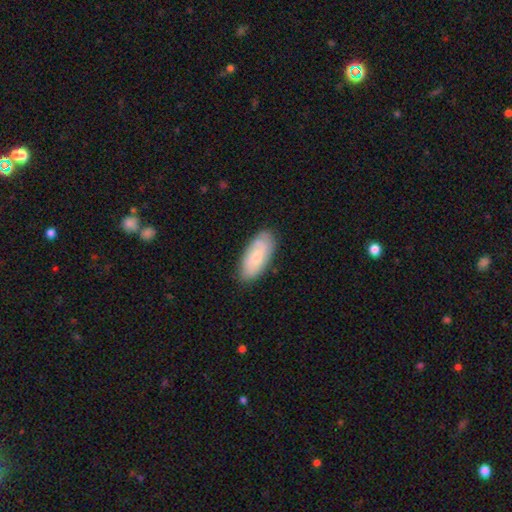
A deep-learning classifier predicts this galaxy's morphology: A smooth galaxy with no disk features (67%) that is in between round and cigar-shaped (87%).

Vote fractions:
- Smooth or featured? smooth: 67% / featured or disk: 27% / star or artifact: 6%
- How rounded? in between: 87% / cigar-shaped: 11% / round: 2%
- Merging? none: 81% / minor disturbance: 15% / major disturbance: 3% / merger: 1%